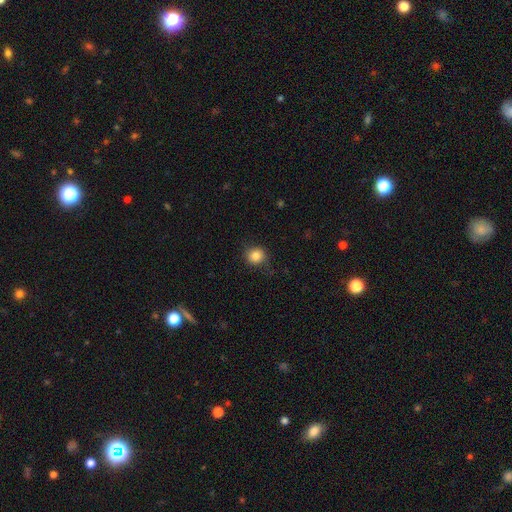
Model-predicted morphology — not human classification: This appears to be a smooth galaxy with no disk features (84%) that is round (88%). Merging: none (81%).